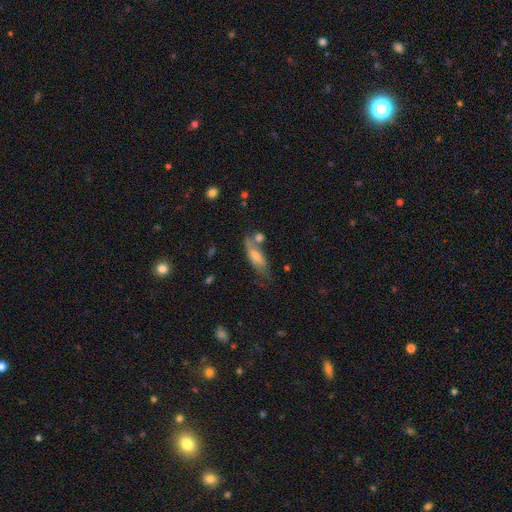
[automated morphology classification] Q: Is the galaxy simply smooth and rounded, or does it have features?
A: smooth — 61%.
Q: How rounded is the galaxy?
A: in between — 57%.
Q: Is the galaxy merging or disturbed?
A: none — 47%.